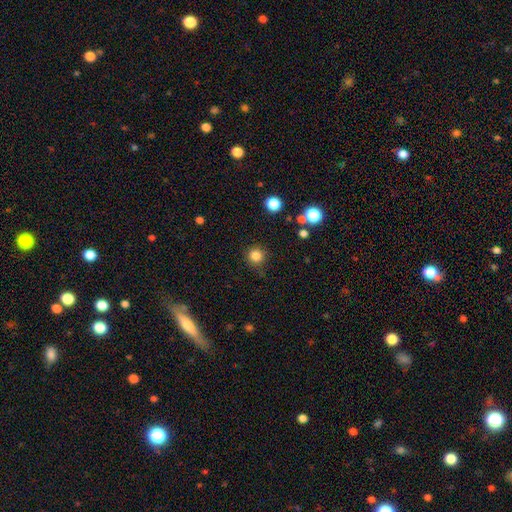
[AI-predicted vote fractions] This appears to be a smooth galaxy with no disk features (83%) that is round (94%). Merging: none (87%).